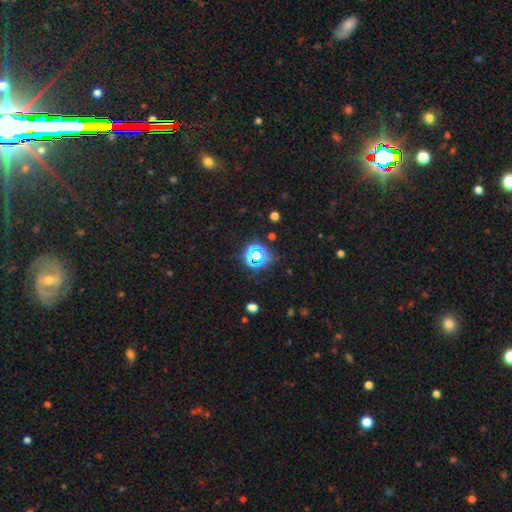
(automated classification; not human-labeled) The model was most divided on "smooth or featured": star or artifact: 66%, smooth: 24%, featured or disk: 10%.